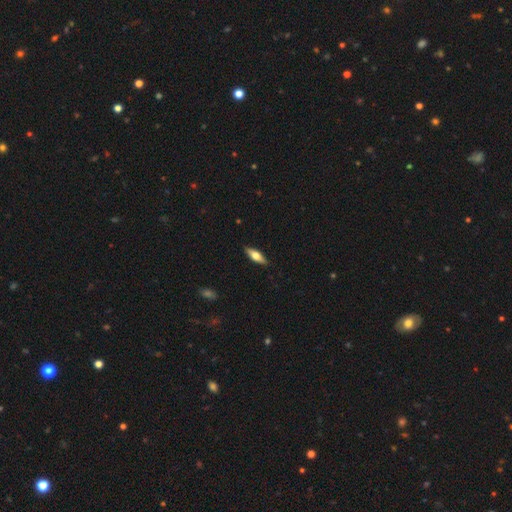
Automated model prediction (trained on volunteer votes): smooth-or-featured: featured or disk: 48% | smooth: 46% | star or artifact: 6%
  merging: none: 88% | minor disturbance: 9% | major disturbance: 2% | merger: 1%